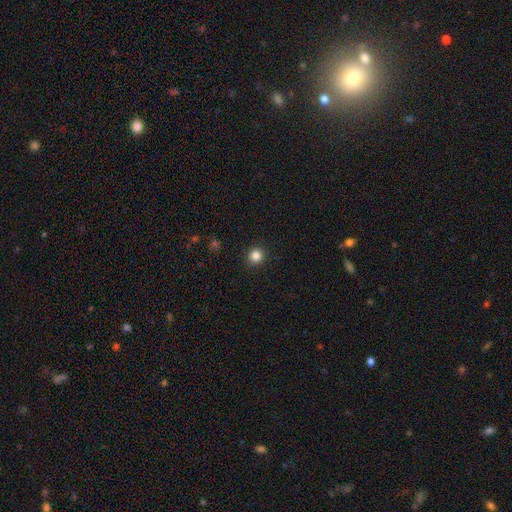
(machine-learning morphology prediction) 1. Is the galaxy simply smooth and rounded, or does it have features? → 84% smooth, 12% star or artifact, 4% featured or disk.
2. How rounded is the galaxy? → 91% round, 8% in between, 1% cigar-shaped.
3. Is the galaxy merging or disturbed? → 92% none, 5% minor disturbance, 2% major disturbance, 1% merger.